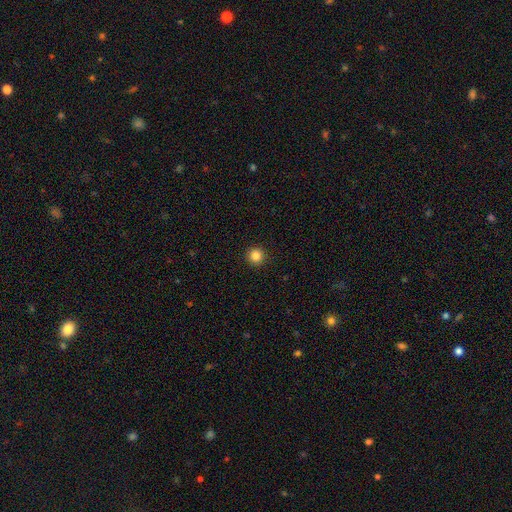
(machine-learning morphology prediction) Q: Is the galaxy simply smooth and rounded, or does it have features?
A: smooth — 85%.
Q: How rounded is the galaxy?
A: round — 96%.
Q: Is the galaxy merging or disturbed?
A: none — 93%.